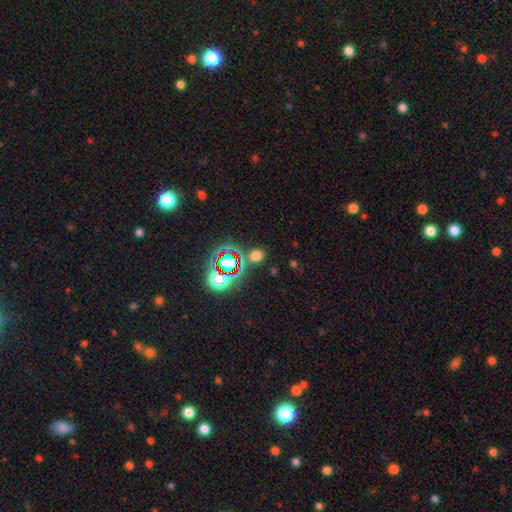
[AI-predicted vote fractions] Smooth or featured? Predicted: smooth (p=0.62). How rounded? Predicted: round (p=0.65). Merging? Predicted: none (p=0.75).